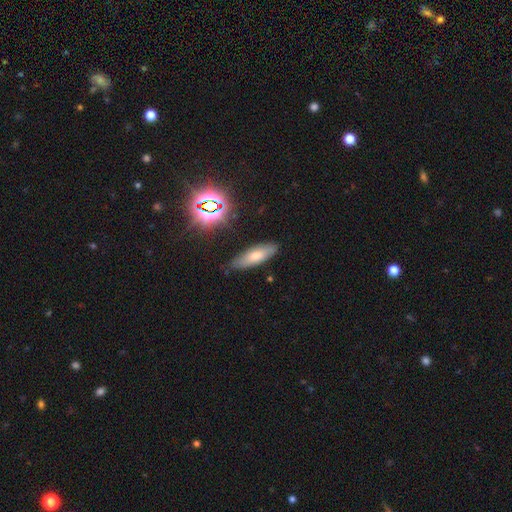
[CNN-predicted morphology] type=smooth (59%); roundness=in between (49%); merging=none (81%).